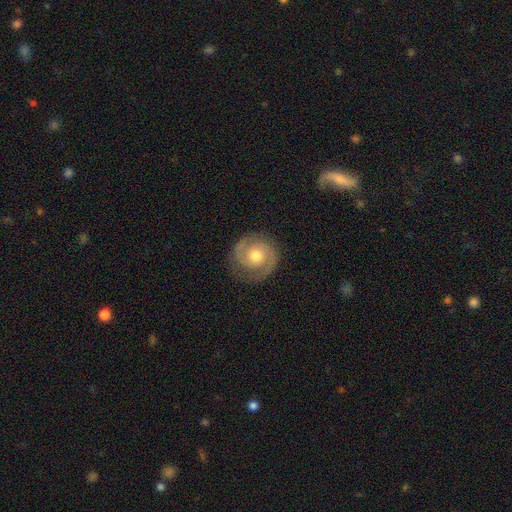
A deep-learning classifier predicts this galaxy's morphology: Smooth or featured? Predicted: featured or disk (p=0.87). Edge-on disk? Predicted: no (p=0.98). Bar? Predicted: no (p=0.69). Spiral arms? Predicted: yes (p=0.97). Spiral winding? Predicted: tight (p=0.58). Spiral arm count? Predicted: 2 (p=0.92). Bulge size? Predicted: moderate (p=0.71). Merging? Predicted: none (p=0.85).